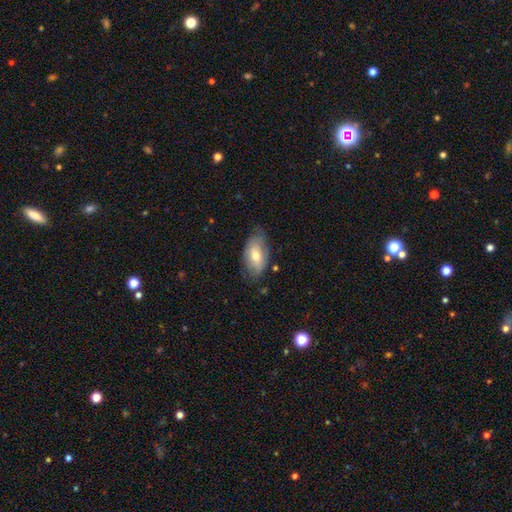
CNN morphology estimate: Smooth or featured? Predicted: smooth (p=0.57). How rounded? Predicted: in between (p=0.92). Merging? Predicted: none (p=0.61).